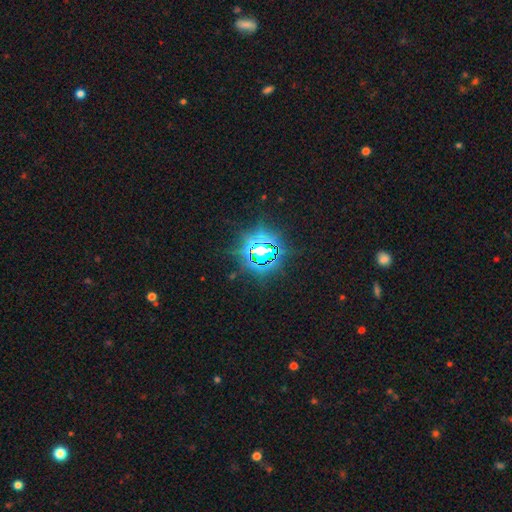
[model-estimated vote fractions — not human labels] Morphology: type=star or artifact (82%).